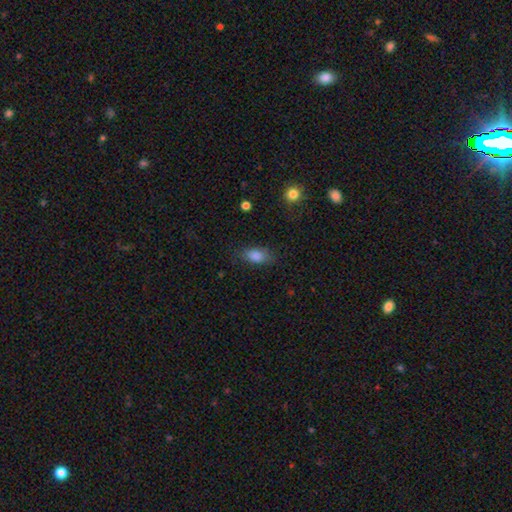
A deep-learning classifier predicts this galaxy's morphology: A smooth galaxy with no disk features (84%) that is in between round and cigar-shaped (86%).

Vote fractions:
- Smooth or featured? smooth: 84% / star or artifact: 9% / featured or disk: 7%
- How rounded? in between: 86% / cigar-shaped: 8% / round: 6%
- Merging? none: 79% / minor disturbance: 15% / major disturbance: 5% / merger: 1%